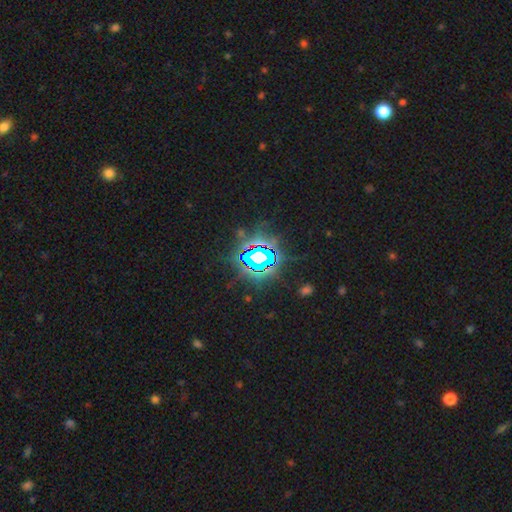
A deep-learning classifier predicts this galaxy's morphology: This appears to be a star or artifact, not a galaxy (76%).